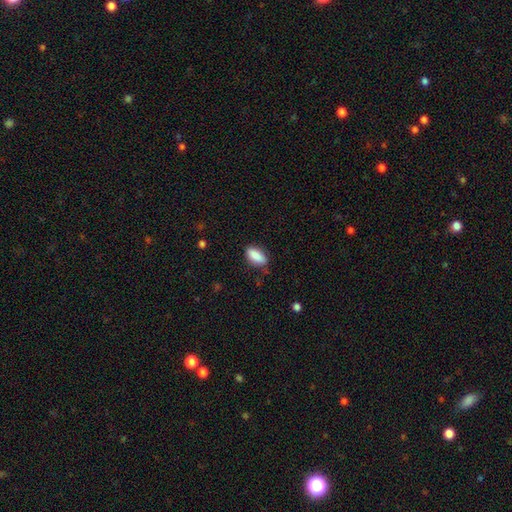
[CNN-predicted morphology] Overall: smooth (88%). How rounded: in between (88%). Merging: none (80%).